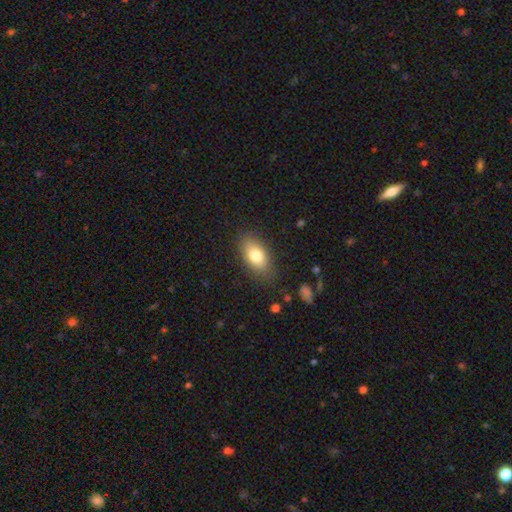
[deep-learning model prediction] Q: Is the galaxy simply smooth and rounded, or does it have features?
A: smooth — 78%.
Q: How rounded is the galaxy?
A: in between — 89%.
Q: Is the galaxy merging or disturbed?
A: none — 83%.